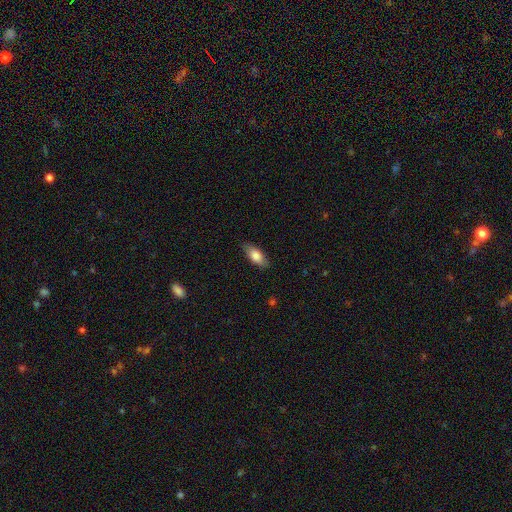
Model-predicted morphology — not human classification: Smooth or featured?
  - smooth: 79% *
  - featured or disk: 15%
  - star or artifact: 6%
How rounded?
  - in between: 84% *
  - cigar-shaped: 14%
  - round: 3%
Merging?
  - none: 84% *
  - minor disturbance: 12%
  - major disturbance: 3%
  - merger: 1%